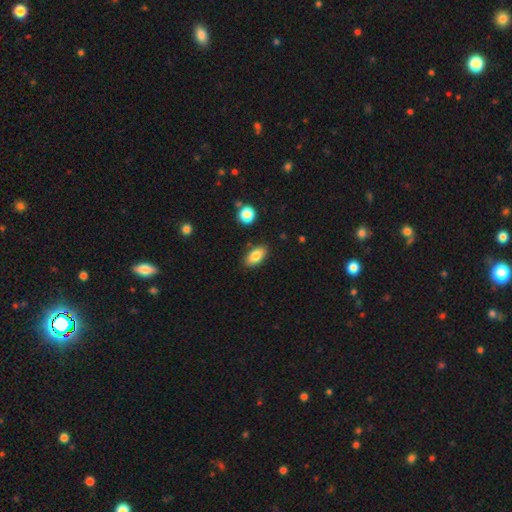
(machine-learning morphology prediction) This is clearly a smooth galaxy (83%). How rounded: clearly in between (91%). Merging: clearly none (85%).